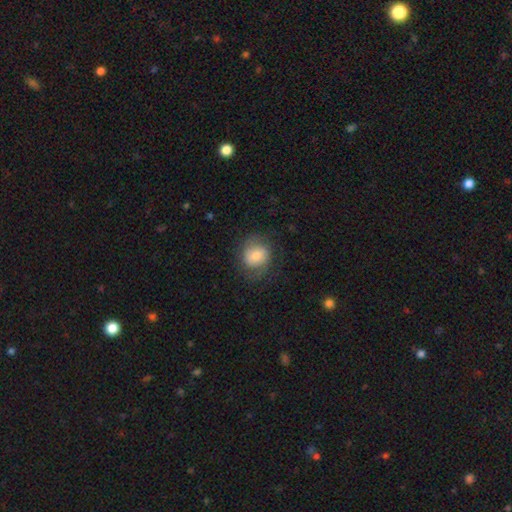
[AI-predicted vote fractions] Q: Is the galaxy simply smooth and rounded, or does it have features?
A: smooth — 63%.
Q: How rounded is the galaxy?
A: round — 73%.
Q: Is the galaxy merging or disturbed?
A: none — 71%.